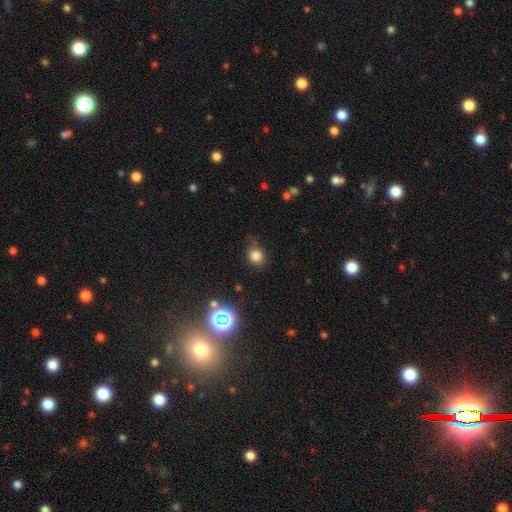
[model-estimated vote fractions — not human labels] The model was most divided on "merging": none: 61%, minor disturbance: 26%, major disturbance: 10%, merger: 3%. More confident: smooth or featured — smooth (78%); how rounded — round (71%).